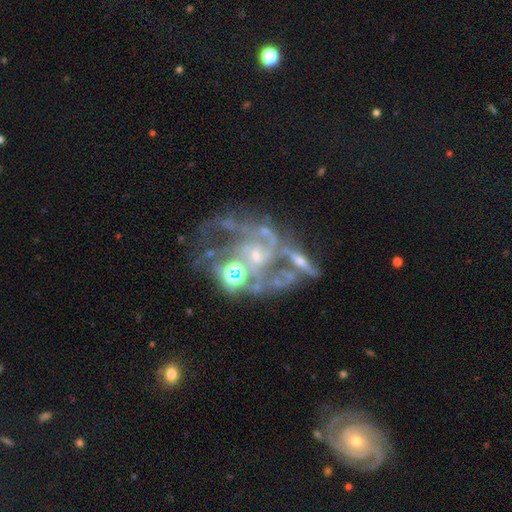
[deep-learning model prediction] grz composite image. It shows a featured or disk galaxy (71%) with no bar (62%), 2 (38%) medium (41%) spiral arms (75%) and a small central bulge (42%). Merging: merger (41%).